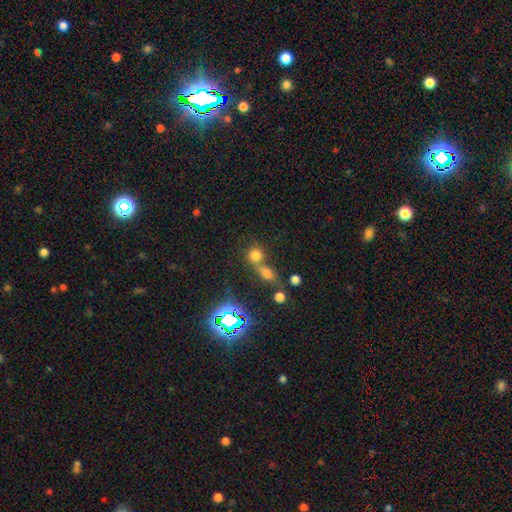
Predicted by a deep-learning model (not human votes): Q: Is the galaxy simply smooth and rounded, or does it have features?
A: smooth — 66%.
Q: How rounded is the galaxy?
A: round — 79%.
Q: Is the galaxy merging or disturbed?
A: merger — 46%.